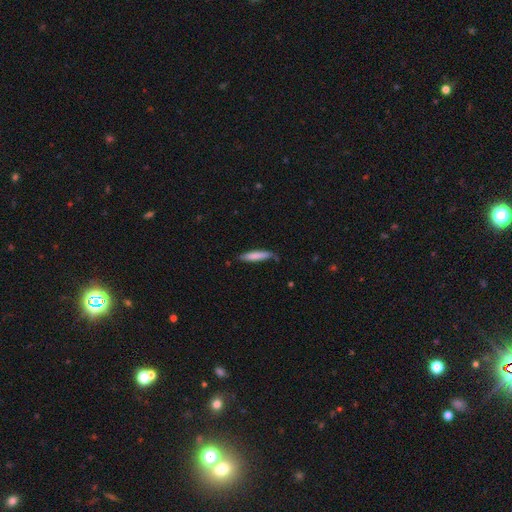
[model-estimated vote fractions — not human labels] This is likely a smooth galaxy (79%). How rounded: clearly cigar-shaped (88%). Merging: likely none (79%).